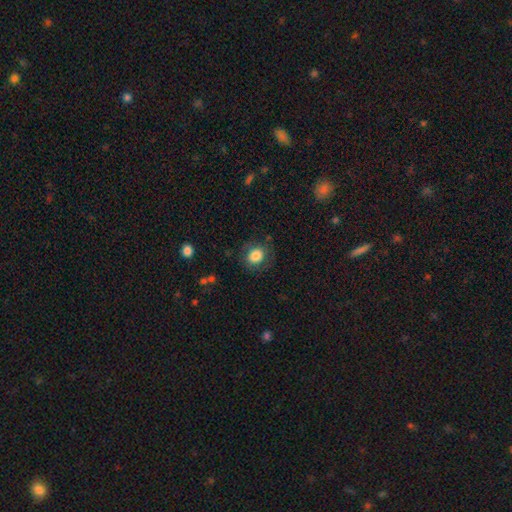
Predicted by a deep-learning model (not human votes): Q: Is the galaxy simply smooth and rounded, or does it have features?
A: smooth — 81%.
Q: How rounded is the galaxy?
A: round — 64%.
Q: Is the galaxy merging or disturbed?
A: none — 76%.